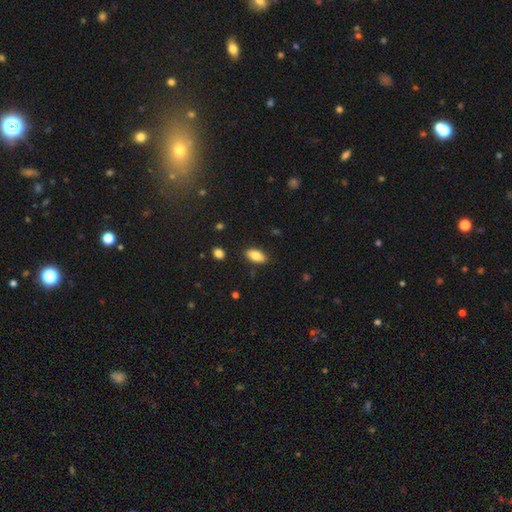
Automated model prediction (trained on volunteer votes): smooth-or-featured: smooth: 85% | featured or disk: 8% | star or artifact: 7%
  how-rounded: in between: 91% | cigar-shaped: 6% | round: 3%
  merging: none: 86% | minor disturbance: 10% | major disturbance: 2% | merger: 1%